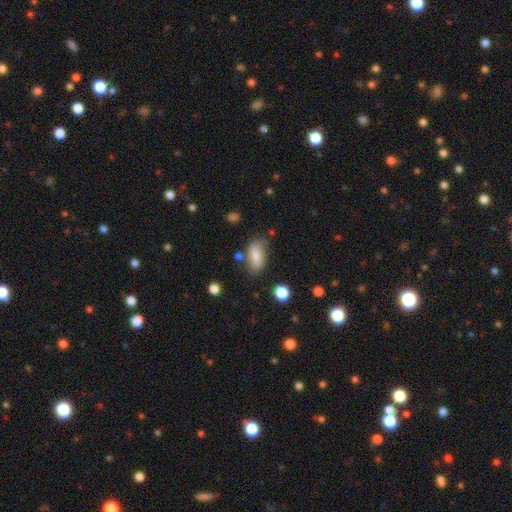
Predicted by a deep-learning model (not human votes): smooth-or-featured: smooth: 77% | featured or disk: 15% | star or artifact: 8%
  how-rounded: in between: 88% | cigar-shaped: 7% | round: 4%
  merging: none: 67% | minor disturbance: 21% | major disturbance: 6% | merger: 5%